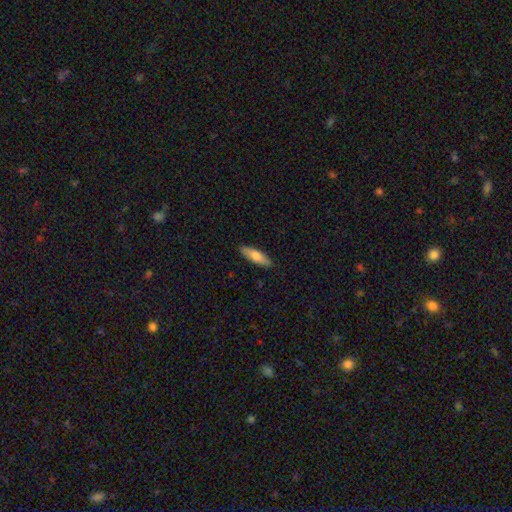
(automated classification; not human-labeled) smooth-or-featured: smooth: 75% | featured or disk: 20% | star or artifact: 5%
  how-rounded: cigar-shaped: 52% | in between: 46% | round: 2%
  merging: none: 89% | minor disturbance: 8% | major disturbance: 2% | merger: 1%